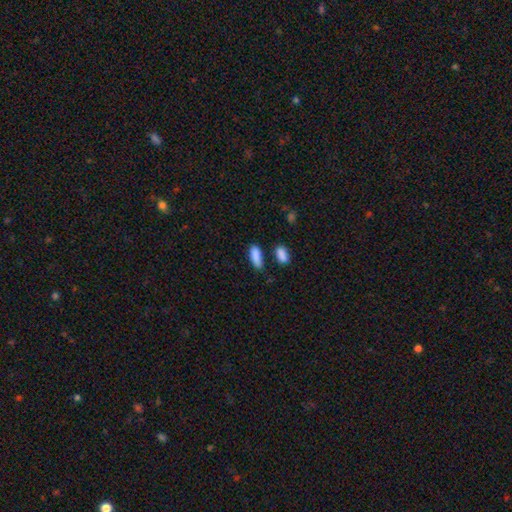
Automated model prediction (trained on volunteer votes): A smooth galaxy with no disk features (88%) that is in between round and cigar-shaped (71%).

Vote fractions:
- Smooth or featured? smooth: 88% / star or artifact: 8% / featured or disk: 5%
- How rounded? in between: 71% / cigar-shaped: 26% / round: 3%
- Merging? none: 63% / minor disturbance: 20% / merger: 12% / major disturbance: 5%